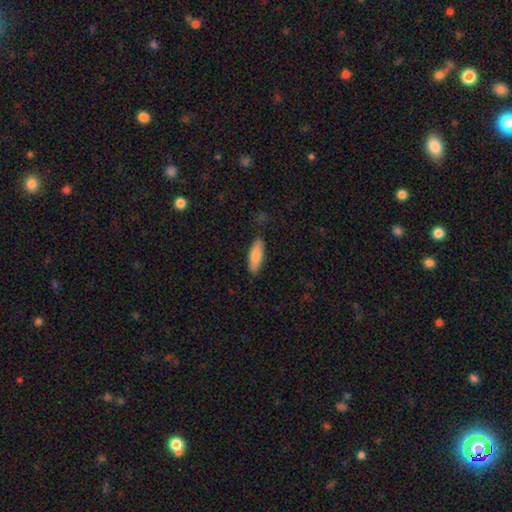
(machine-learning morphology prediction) A smooth galaxy with no disk features (84%) that is in between round and cigar-shaped (56%). Merging: none (86%).